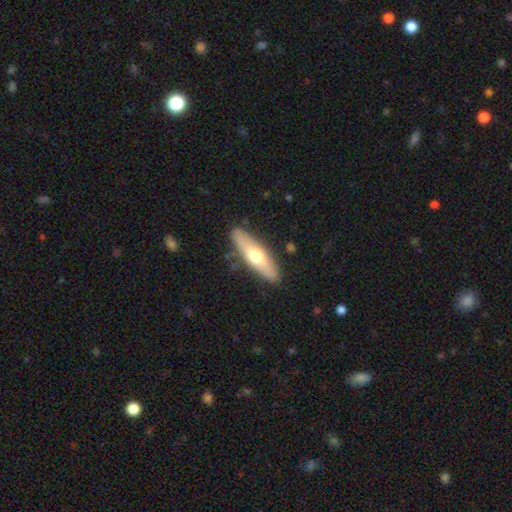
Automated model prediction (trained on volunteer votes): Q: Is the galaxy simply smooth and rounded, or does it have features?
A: smooth — 54%.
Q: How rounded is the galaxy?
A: cigar-shaped — 58%.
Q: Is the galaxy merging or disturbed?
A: none — 87%.